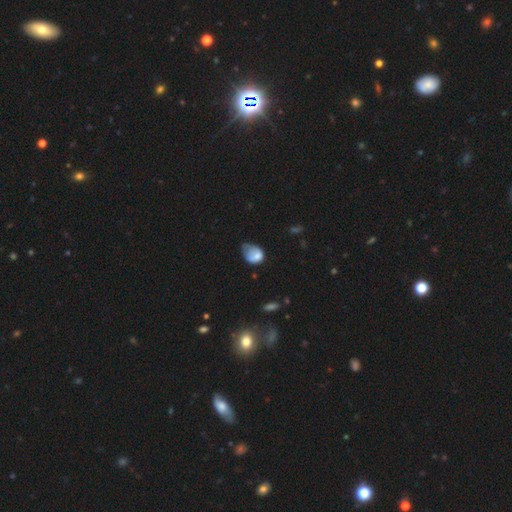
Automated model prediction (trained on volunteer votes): Q: Smooth or featured?
A: smooth (70%); runner-up: featured or disk (21%)
Q: How rounded?
A: in between (65%); runner-up: round (34%)
Q: Merging?
A: minor disturbance (42%); runner-up: major disturbance (34%)